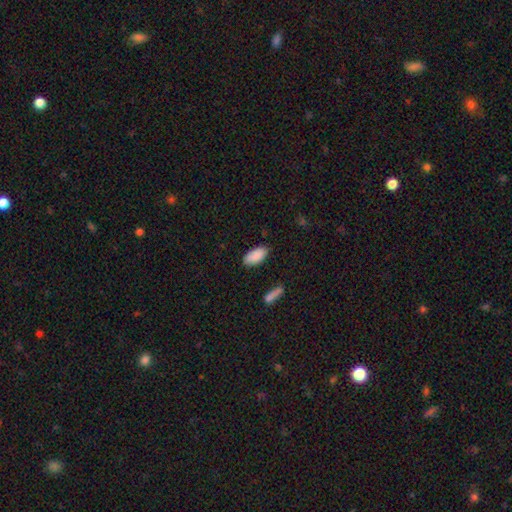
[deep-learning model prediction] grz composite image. It shows a smooth galaxy with no disk features (88%) that is in between round and cigar-shaped (92%). Merging: none (82%).